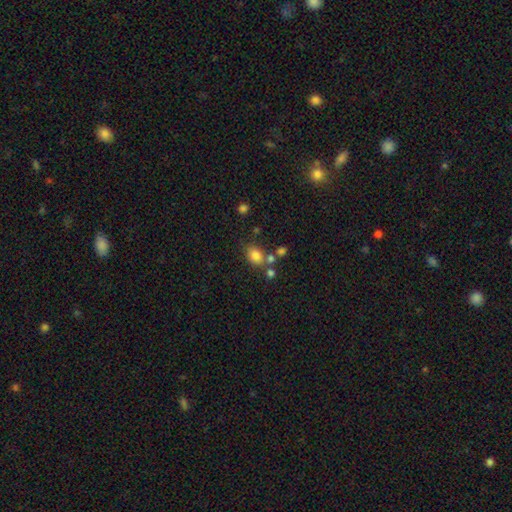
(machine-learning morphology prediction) smooth_or_featured: smooth (p=0.80) [alt: star or artifact p=0.12]
how_rounded: in between (p=0.60) [alt: round p=0.39]
merging: none (p=0.63) [alt: merger p=0.17]